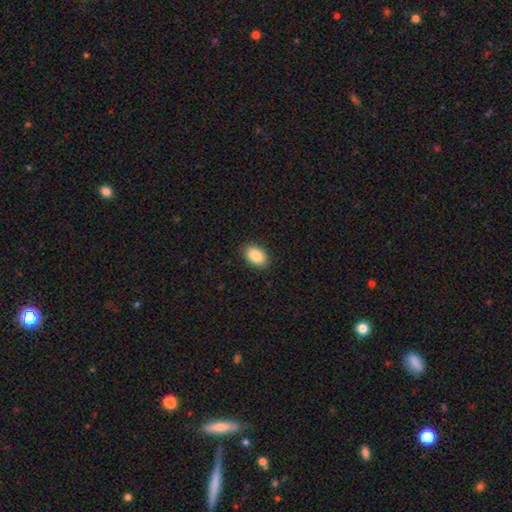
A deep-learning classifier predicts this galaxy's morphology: Smooth or featured? smooth (88%)
How rounded? in between (91%)
Merging? none (89%)